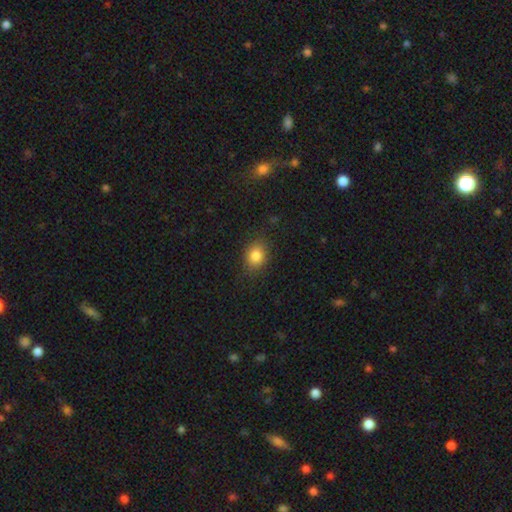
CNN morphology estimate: smooth 83%, star or artifact 10%, featured or disk 6%. Down the decision tree: how rounded — in between (52%); merging — none (82%).